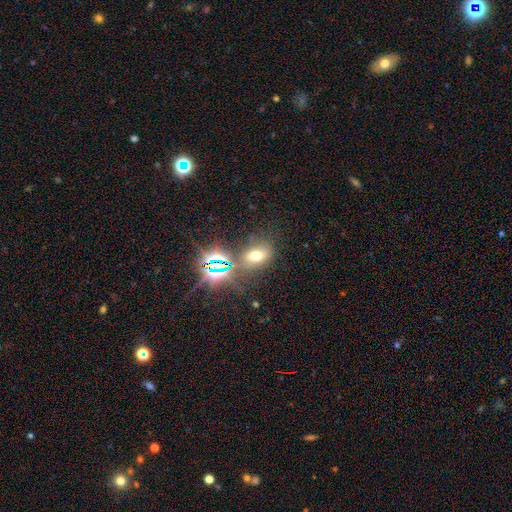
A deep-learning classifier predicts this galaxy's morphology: smooth-or-featured: smooth: 52% | star or artifact: 34% | featured or disk: 13%
  how-rounded: in between: 76% | round: 21% | cigar-shaped: 3%
  merging: none: 69% | minor disturbance: 14% | merger: 10% | major disturbance: 7%